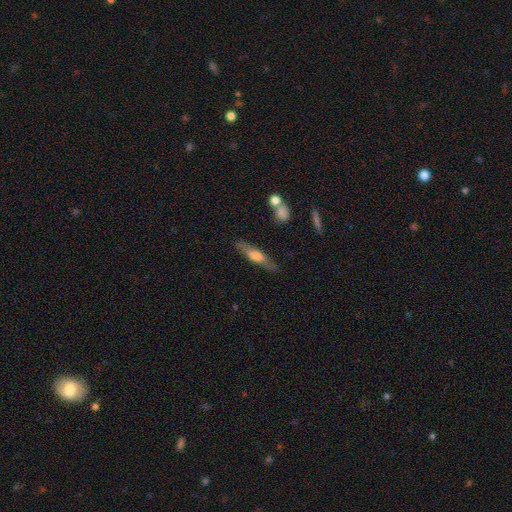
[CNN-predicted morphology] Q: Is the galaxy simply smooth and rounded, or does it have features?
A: smooth — 49%.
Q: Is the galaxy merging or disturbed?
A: none — 82%.